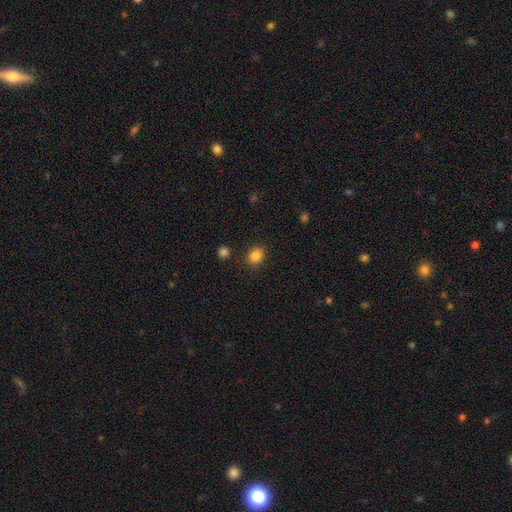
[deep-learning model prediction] Morphology: type=smooth (85%); roundness=round (54%); merging=none (86%).